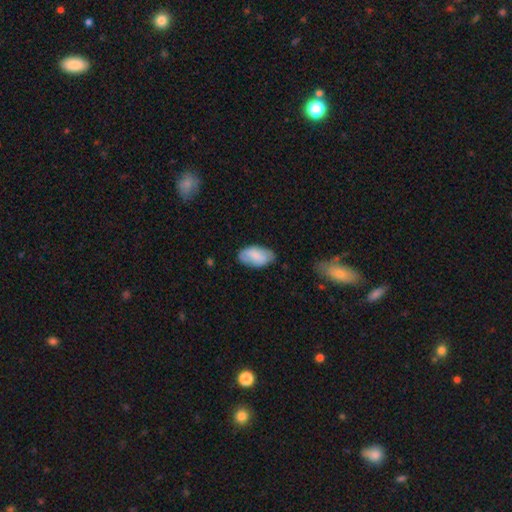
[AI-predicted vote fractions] A smooth galaxy with no disk features (76%) that is in between round and cigar-shaped (95%).

Vote fractions:
- Smooth or featured? smooth: 76% / featured or disk: 17% / star or artifact: 6%
- How rounded? in between: 95% / round: 3% / cigar-shaped: 2%
- Merging? none: 69% / minor disturbance: 25% / major disturbance: 5% / merger: 2%